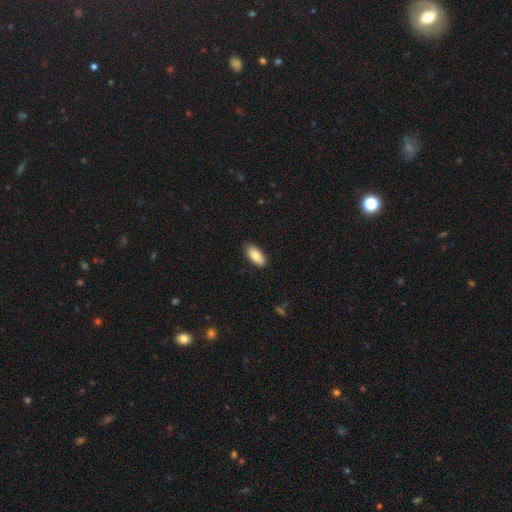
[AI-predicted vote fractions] smooth 79%, featured or disk 15%, star or artifact 6%. Down the decision tree: how rounded — in between (90%); merging — none (88%).